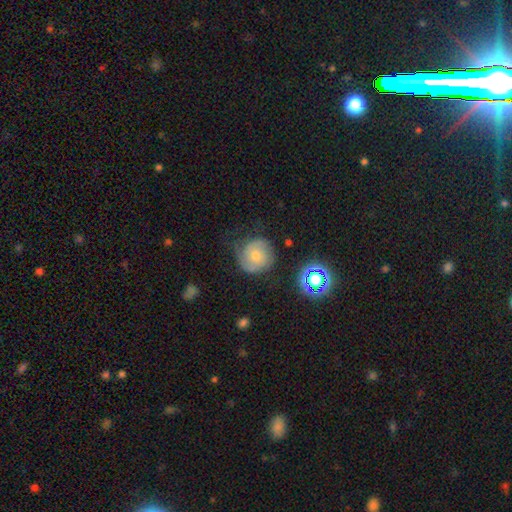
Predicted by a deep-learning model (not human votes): A featured or disk galaxy (52%) with no bar (75%), spiral arms (84%) and a moderate central bulge (54%). Merging: none (63%).